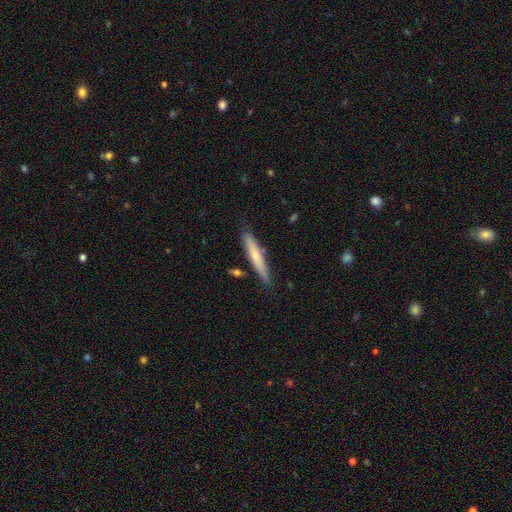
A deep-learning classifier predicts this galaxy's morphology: The model was most divided on "smooth or featured": smooth: 64%, featured or disk: 30%, star or artifact: 6%. More confident: how rounded — cigar-shaped (93%); merging — none (82%).